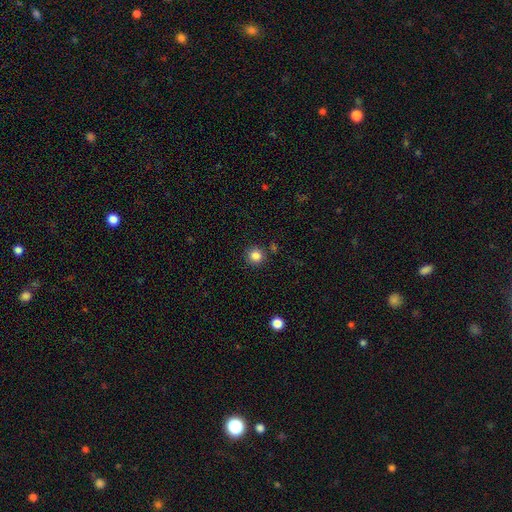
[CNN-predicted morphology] Smooth or featured: smooth — 85% (star or artifact — 11%)
How rounded: round — 94% (in between — 5%)
Merging: none — 87% (minor disturbance — 7%)